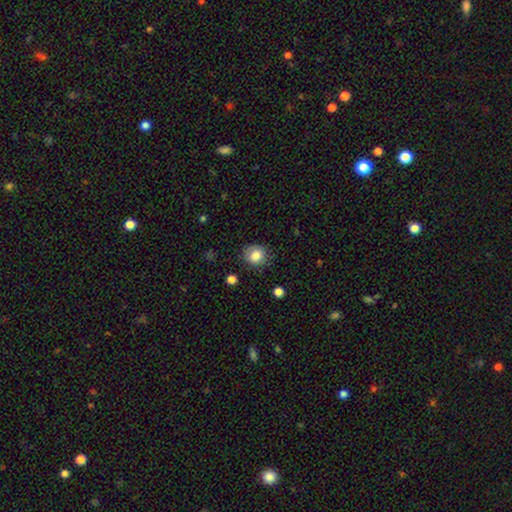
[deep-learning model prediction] Smooth or featured? Predicted: smooth (p=0.83). How rounded? Predicted: round (p=0.77). Merging? Predicted: none (p=0.77).